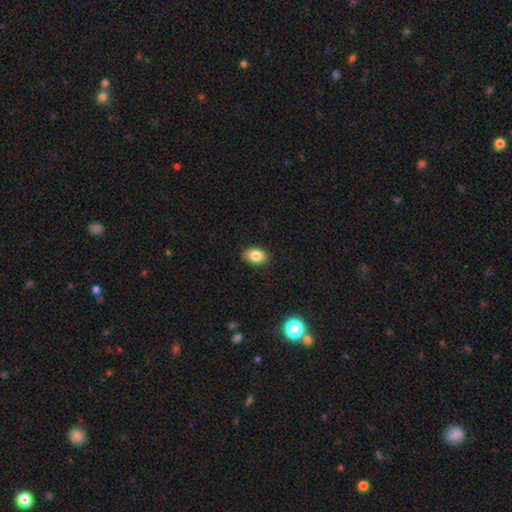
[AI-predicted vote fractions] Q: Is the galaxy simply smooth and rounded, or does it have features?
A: smooth — 84%.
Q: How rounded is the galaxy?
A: in between — 84%.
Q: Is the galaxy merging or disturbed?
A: none — 87%.